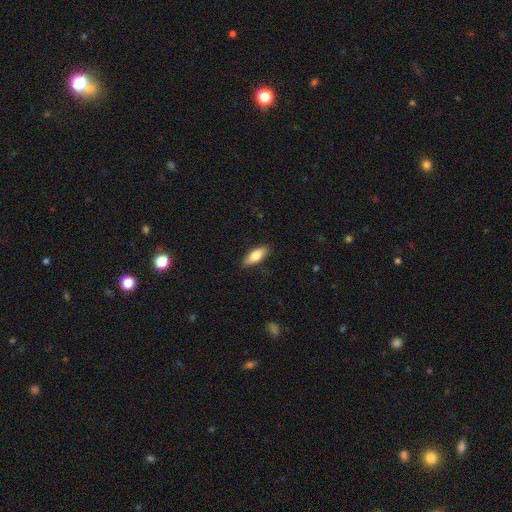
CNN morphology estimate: Overall: smooth (76%). How rounded: in between (70%). Merging: none (87%).